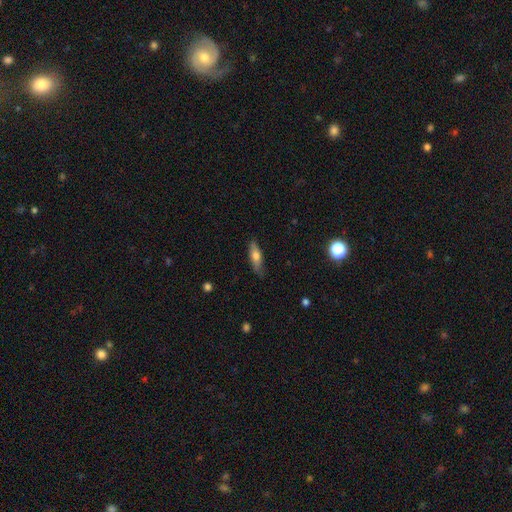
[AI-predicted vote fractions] smooth_or_featured: smooth (p=0.65) [alt: featured or disk p=0.28]
how_rounded: cigar-shaped (p=0.49) [alt: in between p=0.48]
merging: none (p=0.81) [alt: minor disturbance p=0.15]